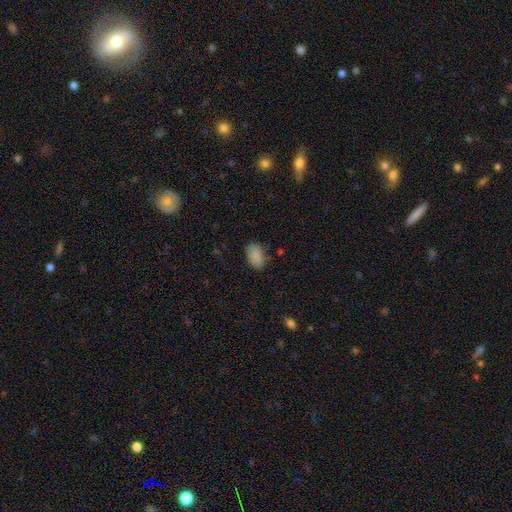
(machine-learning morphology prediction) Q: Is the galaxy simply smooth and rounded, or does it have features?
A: smooth — 87%.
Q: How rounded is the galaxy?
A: in between — 91%.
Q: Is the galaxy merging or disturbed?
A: none — 75%.